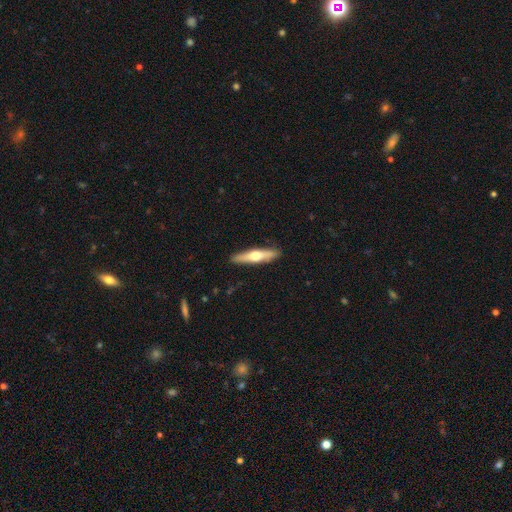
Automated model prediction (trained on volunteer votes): The model was most divided on "smooth or featured": featured or disk: 50%, smooth: 45%, star or artifact: 5%. More confident: merging — none (90%).